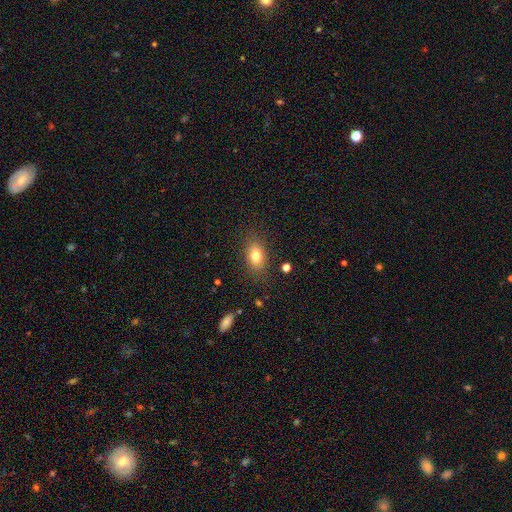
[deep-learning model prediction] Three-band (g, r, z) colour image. It shows a smooth galaxy with no disk features (78%) that is in between round and cigar-shaped (81%). Merging: none (84%).